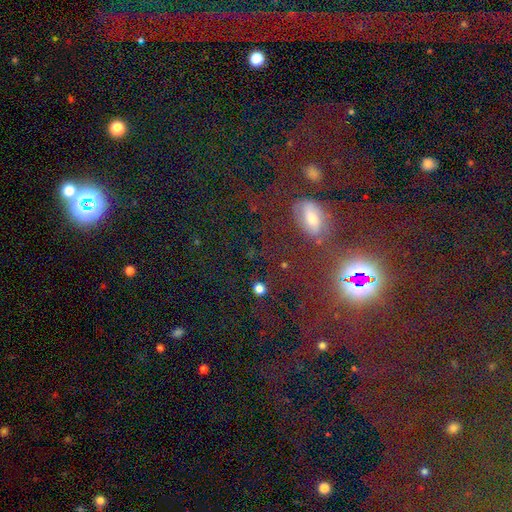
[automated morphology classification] Smooth or featured?
  - star or artifact: 61% *
  - smooth: 26%
  - featured or disk: 14%